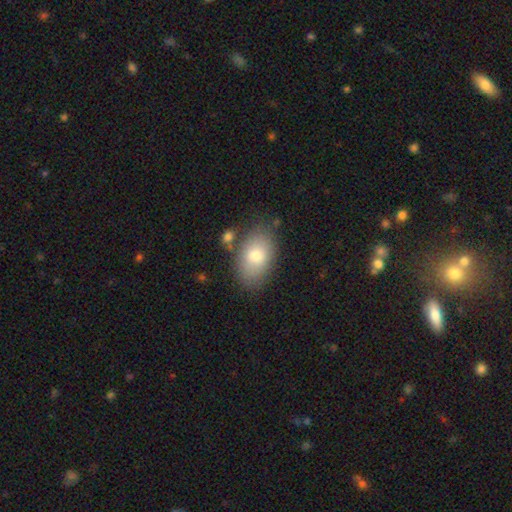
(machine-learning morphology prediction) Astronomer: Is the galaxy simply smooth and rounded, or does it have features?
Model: smooth — 78%.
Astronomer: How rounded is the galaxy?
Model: in between — 90%.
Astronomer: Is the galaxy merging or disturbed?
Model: none — 76%.